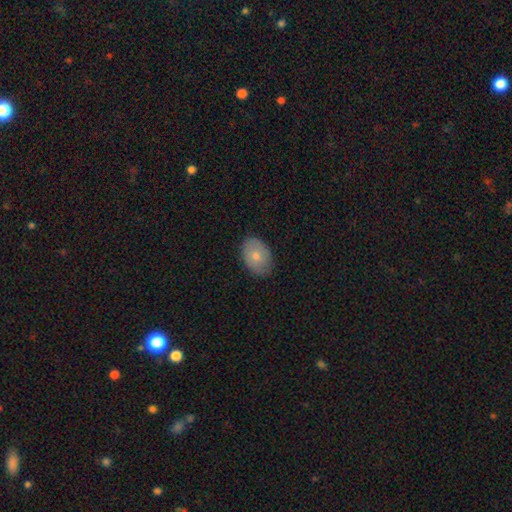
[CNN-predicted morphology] Smooth or featured? smooth (70%)
How rounded? in between (81%)
Merging? none (81%)